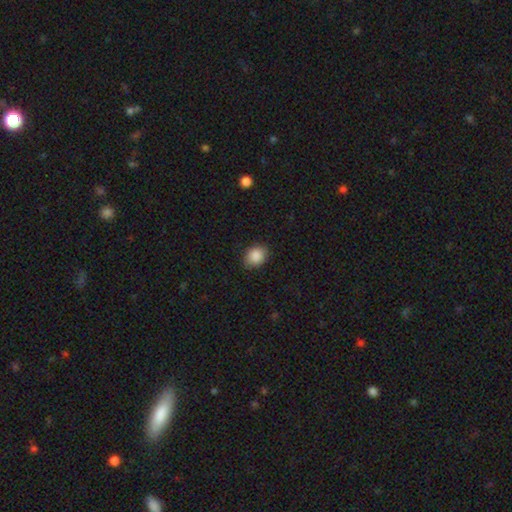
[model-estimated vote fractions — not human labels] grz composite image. It shows a smooth galaxy with no disk features (88%) that is in between round and cigar-shaped (54%). Merging: none (85%).